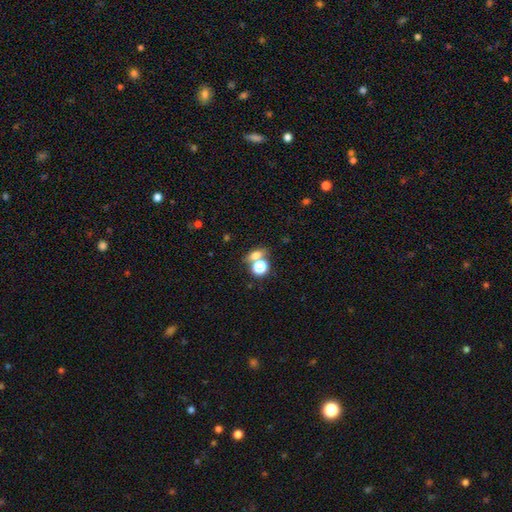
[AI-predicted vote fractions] A smooth galaxy with no disk features (65%) that is in between round and cigar-shaped (50%).

Vote fractions:
- Smooth or featured? smooth: 65% / star or artifact: 21% / featured or disk: 14%
- How rounded? in between: 50% / round: 43% / cigar-shaped: 7%
- Merging? none: 52% / merger: 35% / minor disturbance: 9% / major disturbance: 4%